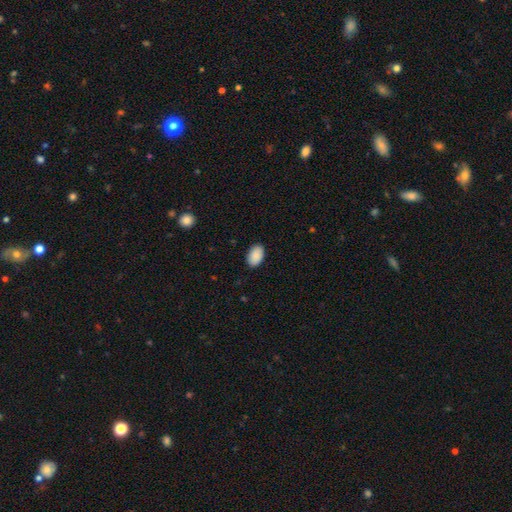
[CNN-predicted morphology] A smooth galaxy with no disk features (91%) that is in between round and cigar-shaped (92%).

Vote fractions:
- Smooth or featured? smooth: 91% / star or artifact: 6% / featured or disk: 3%
- How rounded? in between: 92% / round: 7% / cigar-shaped: 1%
- Merging? none: 89% / minor disturbance: 9% / major disturbance: 2% / merger: 1%